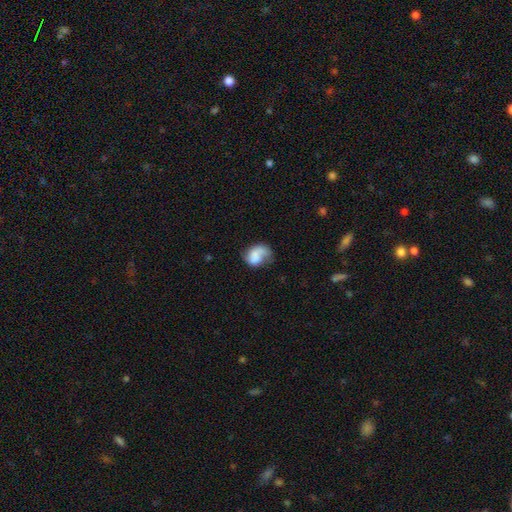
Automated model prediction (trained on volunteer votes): This appears to be a smooth galaxy with no disk features (60%) that is in between round and cigar-shaped (61%). Merging: none (33%).